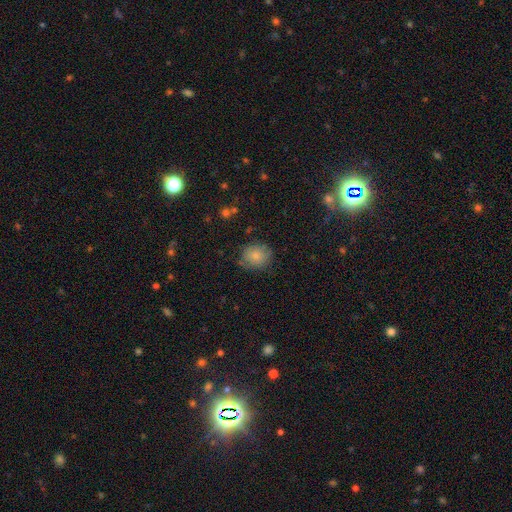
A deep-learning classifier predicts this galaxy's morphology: Overall: smooth (81%). How rounded: round (71%). Merging: none (74%).